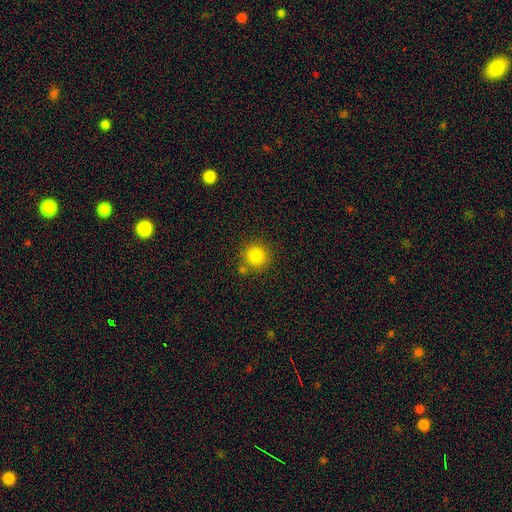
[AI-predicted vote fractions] The model was most divided on "merging": none: 79%, merger: 9%, minor disturbance: 9%, major disturbance: 3%. More confident: how rounded — round (94%); smooth or featured — smooth (84%).